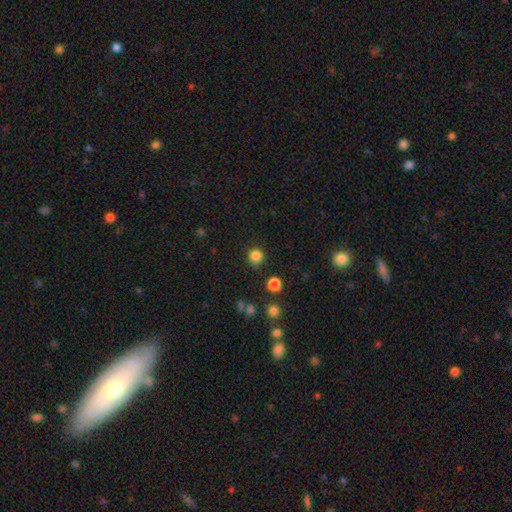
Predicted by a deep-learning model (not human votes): Smooth or featured? smooth (83%)
How rounded? round (90%)
Merging? none (81%)